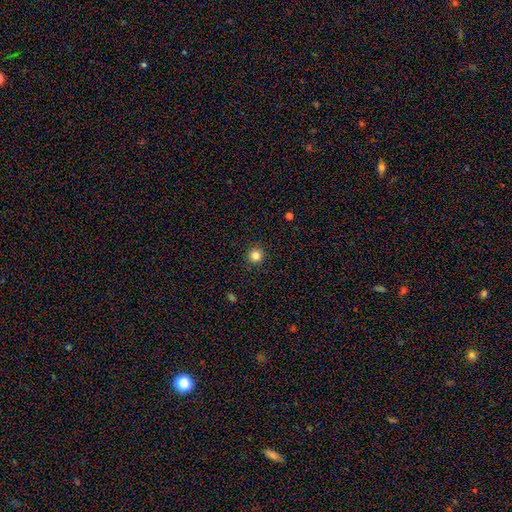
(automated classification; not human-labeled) Overall: smooth (83%). How rounded: round (95%). Merging: none (92%).